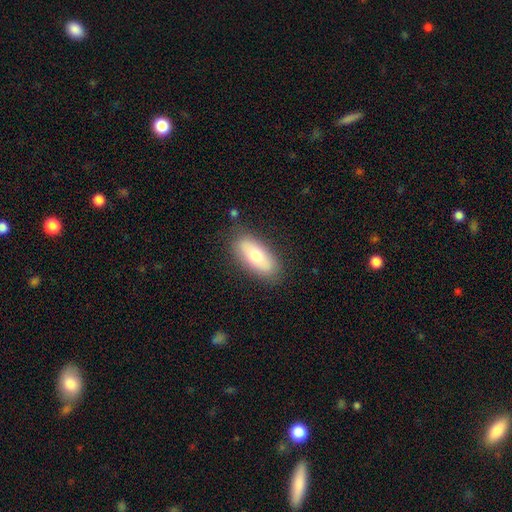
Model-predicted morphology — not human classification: A smooth galaxy with no disk features (67%) that is in between round and cigar-shaped (84%). Merging: none (84%).